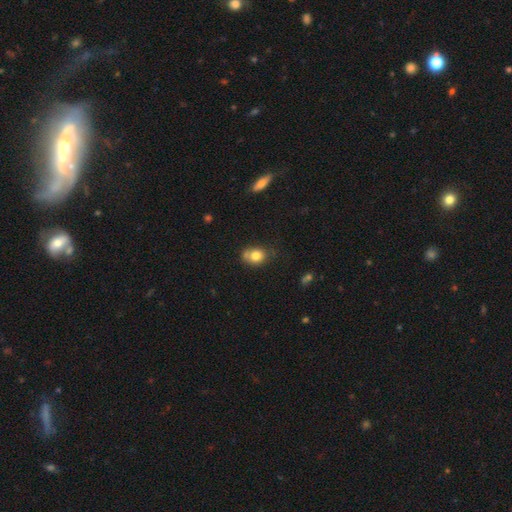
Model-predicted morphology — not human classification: Q: Smooth or featured?
A: smooth (78%); runner-up: featured or disk (12%)
Q: How rounded?
A: round (49%); tied with: in between (49%)
Q: Merging?
A: none (54%); runner-up: minor disturbance (26%)